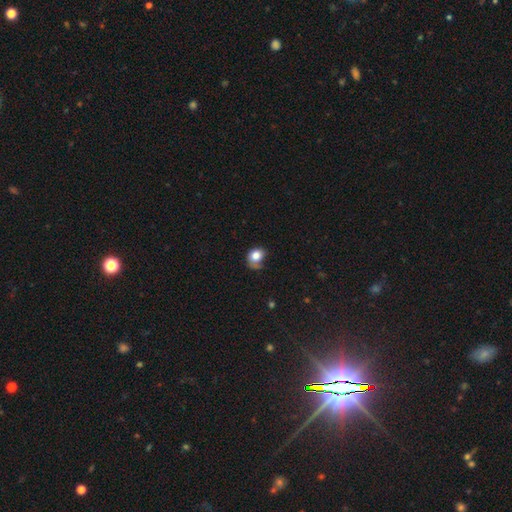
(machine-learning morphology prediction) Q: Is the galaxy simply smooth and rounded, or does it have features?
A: smooth — 78%.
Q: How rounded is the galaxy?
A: round — 52%.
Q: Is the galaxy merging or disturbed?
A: none — 43%.